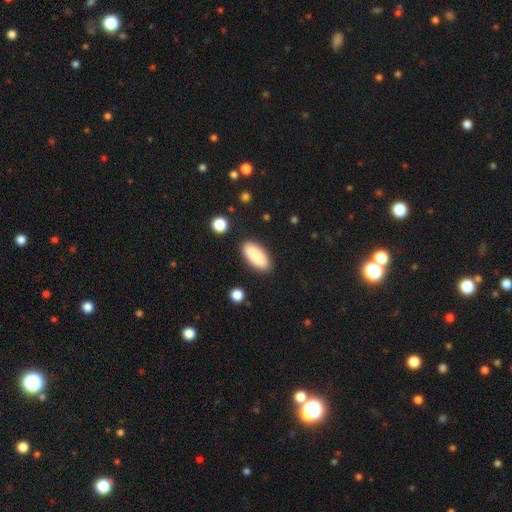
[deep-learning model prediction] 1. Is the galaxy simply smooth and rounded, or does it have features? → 89% smooth, 6% star or artifact, 4% featured or disk.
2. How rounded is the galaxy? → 88% in between, 10% cigar-shaped, 2% round.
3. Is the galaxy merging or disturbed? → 87% none, 9% minor disturbance, 2% major disturbance, 2% merger.